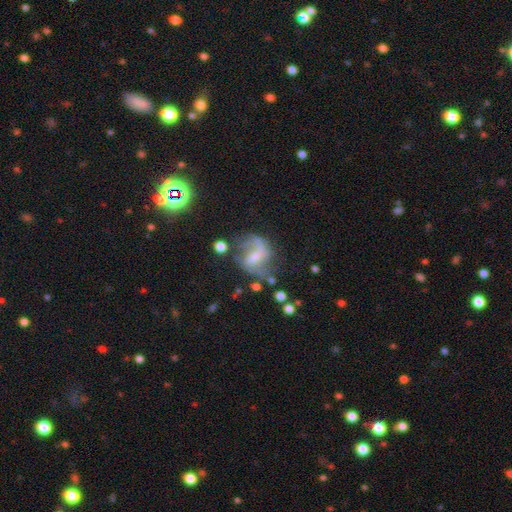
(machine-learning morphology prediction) The model was most divided on "spiral winding": loose: 52%, medium: 37%, tight: 11%. Remaining: edge-on disk — no (97%); spiral arms — yes (84%); spiral arm count — 2 (72%); smooth or featured — featured or disk (70%); bar — weak (49%); merging — none (47%); bulge size — small (46%).